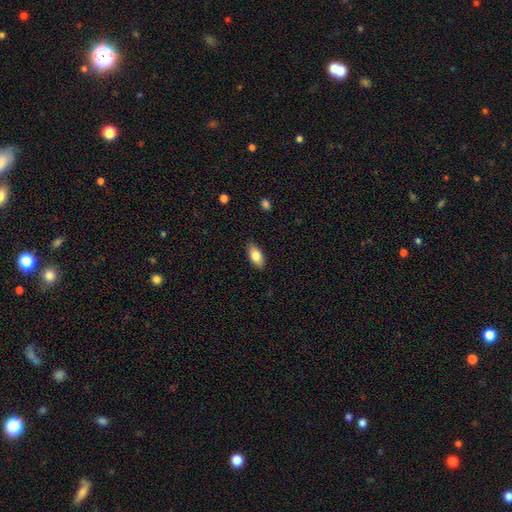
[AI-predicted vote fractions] Smooth or featured? smooth (79%)
How rounded? in between (89%)
Merging? none (88%)